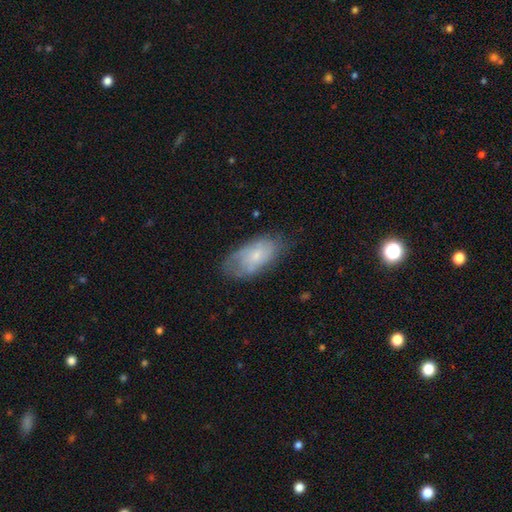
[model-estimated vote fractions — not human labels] Smooth or featured? smooth (58%)
How rounded? in between (92%)
Merging? none (60%)